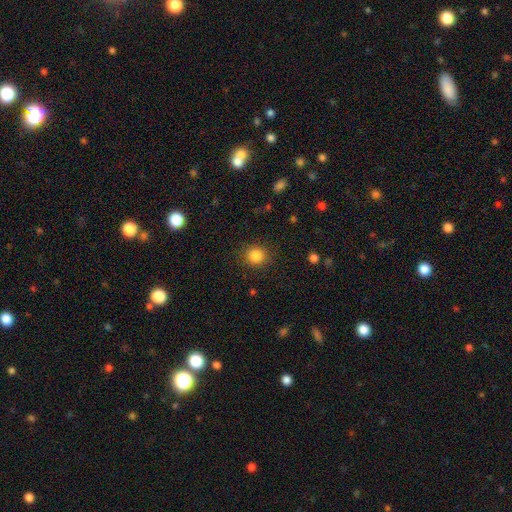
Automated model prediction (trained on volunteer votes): The model was most divided on "smooth or featured": smooth: 85%, star or artifact: 11%, featured or disk: 4%. More confident: merging — none (89%); how rounded — round (87%).